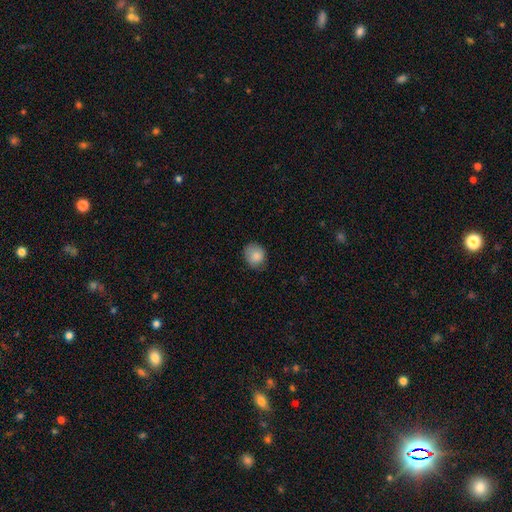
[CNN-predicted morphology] Smooth or featured?
  - smooth: 86% *
  - star or artifact: 8%
  - featured or disk: 6%
How rounded?
  - round: 72% *
  - in between: 27%
  - cigar-shaped: 1%
Merging?
  - none: 74% *
  - minor disturbance: 21%
  - major disturbance: 4%
  - merger: 1%